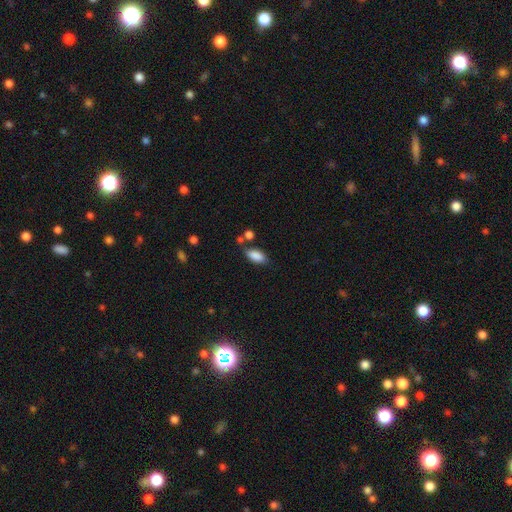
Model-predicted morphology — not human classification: This is clearly a smooth galaxy (87%). How rounded: clearly in between (90%). Merging: likely none (68%).